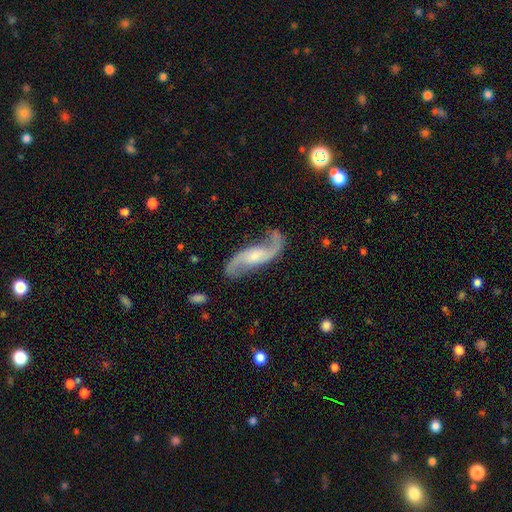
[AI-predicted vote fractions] Smooth or featured?
  - featured or disk: 88% *
  - smooth: 7%
  - star or artifact: 5%
Edge-on disk?
  - no: 94% *
  - yes: 6%
Bar?
  - no: 49% *
  - weak: 35%
  - strong: 16%
Spiral arms?
  - yes: 96% *
  - no: 4%
Spiral winding?
  - loose: 73% *
  - medium: 21%
  - tight: 5%
Spiral arm count?
  - 2: 93% *
  - 1: 2%
  - can't tell: 2%
  - 3: 1%
  - 4: 1%
  - more than 4: 1%
Bulge size?
  - small: 52% *
  - moderate: 31%
  - none: 11%
  - large: 4%
  - dominant: 1%
Merging?
  - none: 76% *
  - minor disturbance: 15%
  - major disturbance: 7%
  - merger: 2%